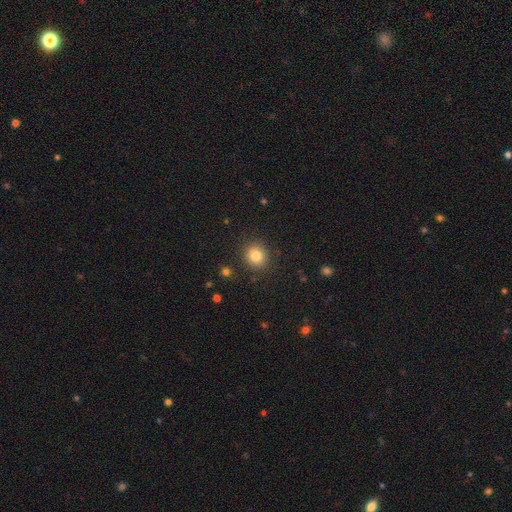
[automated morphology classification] This is clearly a smooth galaxy (81%). How rounded: clearly round (84%). Merging: clearly none (89%).